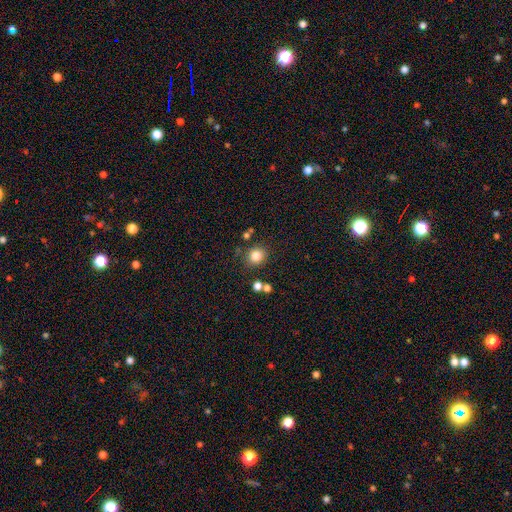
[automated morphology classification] Smooth or featured? smooth (82%)
How rounded? round (80%)
Merging? none (81%)